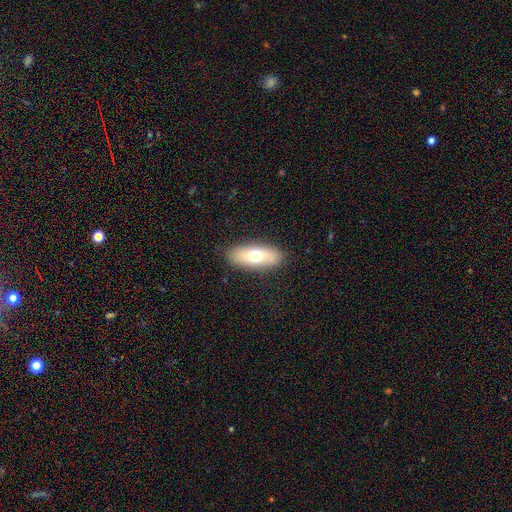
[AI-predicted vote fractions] This appears to be a smooth galaxy with no disk features (67%) that is in between round and cigar-shaped (77%). Merging: none (86%).